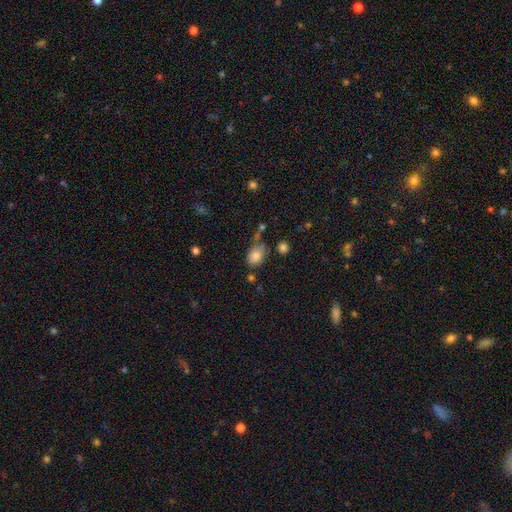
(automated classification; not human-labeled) Morphology: type=smooth (83%); roundness=in between (76%); merging=none (60%).